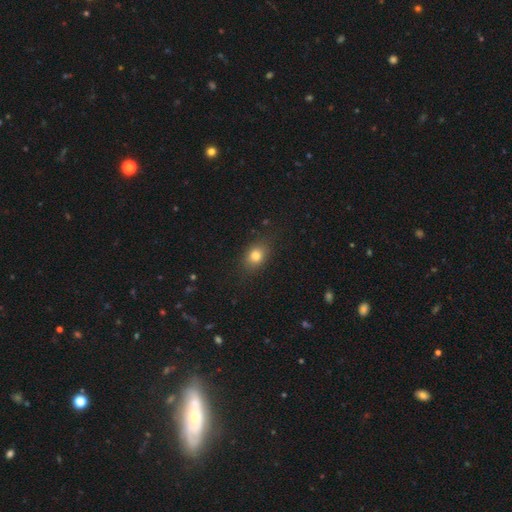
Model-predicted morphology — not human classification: This is likely a smooth galaxy (80%). How rounded: possibly in between (60%). Merging: clearly none (82%).